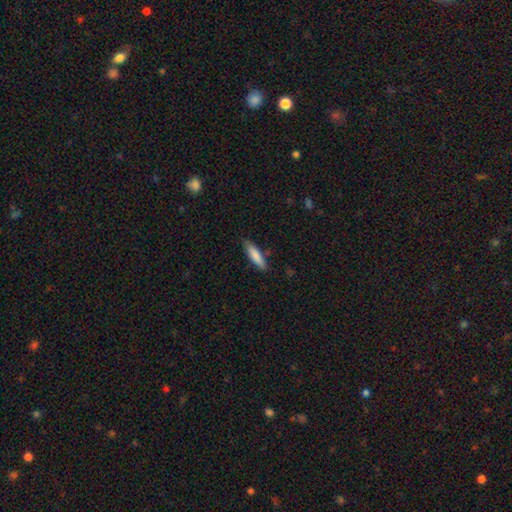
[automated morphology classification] Q: Smooth or featured?
A: smooth (83%); runner-up: featured or disk (11%)
Q: How rounded?
A: cigar-shaped (70%); runner-up: in between (29%)
Q: Merging?
A: none (82%); runner-up: minor disturbance (14%)